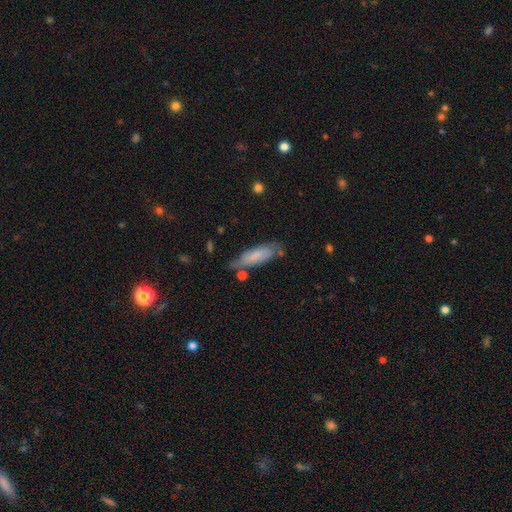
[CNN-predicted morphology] Smooth or featured: smooth — 68% (featured or disk — 25%)
How rounded: cigar-shaped — 50% (in between — 48%)
Merging: none — 63% (minor disturbance — 24%)